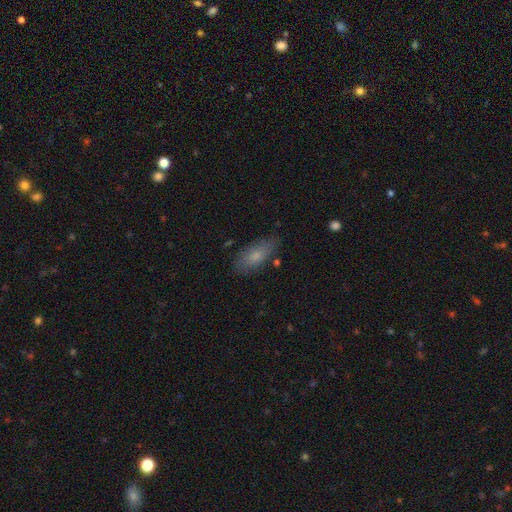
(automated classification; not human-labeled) Overall: smooth (75%). How rounded: in between (83%). Merging: none (76%).